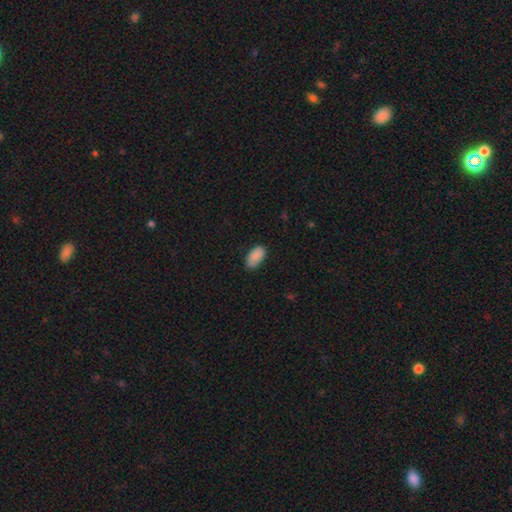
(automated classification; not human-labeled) Smooth or featured?
  - smooth: 89% *
  - star or artifact: 7%
  - featured or disk: 4%
How rounded?
  - in between: 95% *
  - cigar-shaped: 3%
  - round: 3%
Merging?
  - none: 78% *
  - minor disturbance: 18%
  - major disturbance: 3%
  - merger: 1%